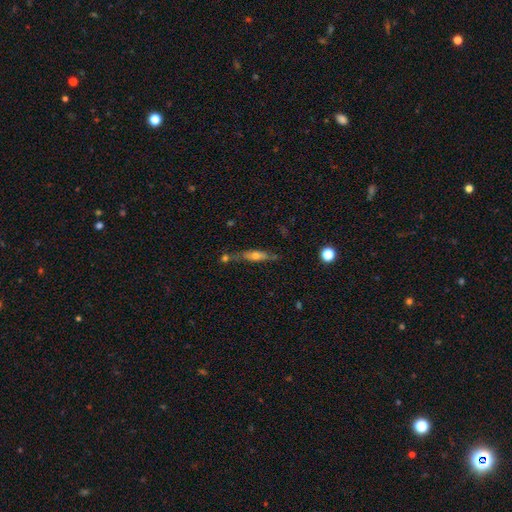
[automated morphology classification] A smooth galaxy with no disk features (46%).

Vote fractions:
- Smooth or featured? smooth: 46% / featured or disk: 45% / star or artifact: 9%
- Merging? none: 58% / minor disturbance: 21% / merger: 14% / major disturbance: 7%